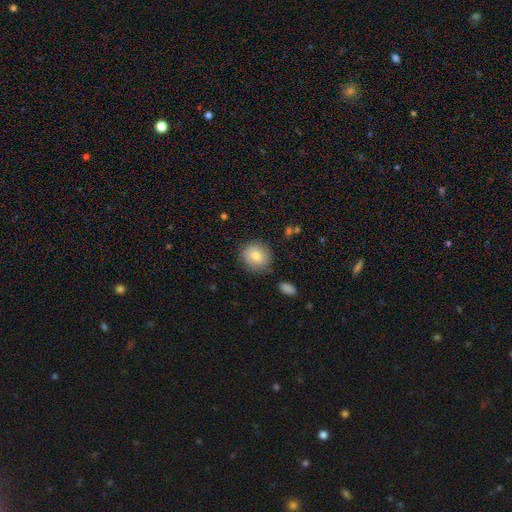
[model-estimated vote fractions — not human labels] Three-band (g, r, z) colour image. It shows a smooth galaxy with no disk features (78%) that is round (84%). Merging: none (80%).